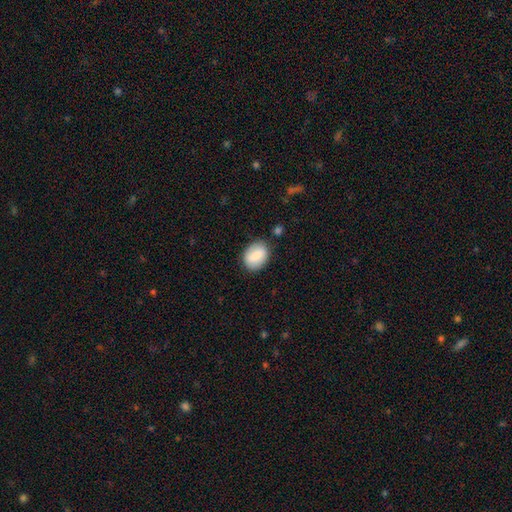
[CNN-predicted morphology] Smooth or featured: smooth — 84% (featured or disk — 10%)
How rounded: in between — 71% (round — 28%)
Merging: none — 80% (minor disturbance — 14%)